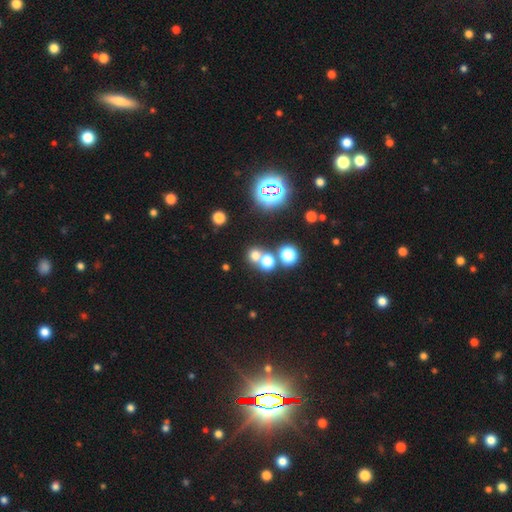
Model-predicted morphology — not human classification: smooth-or-featured: smooth: 61% | star or artifact: 30% | featured or disk: 9%
  how-rounded: round: 86% | in between: 13% | cigar-shaped: 1%
  merging: none: 54% | merger: 36% | minor disturbance: 6% | major disturbance: 3%